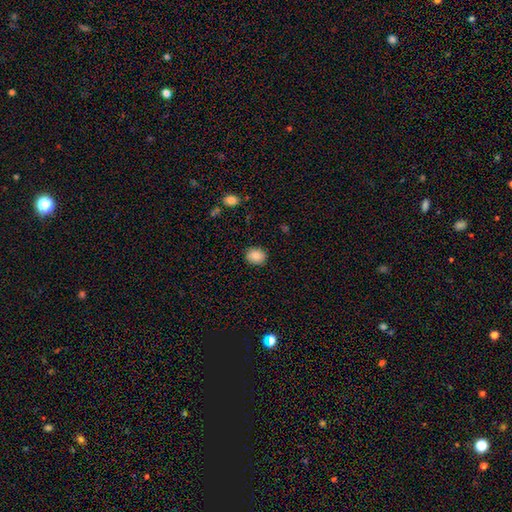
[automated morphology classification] Smooth or featured: smooth — 87% (star or artifact — 8%)
How rounded: round — 64% (in between — 36%)
Merging: none — 89% (minor disturbance — 8%)